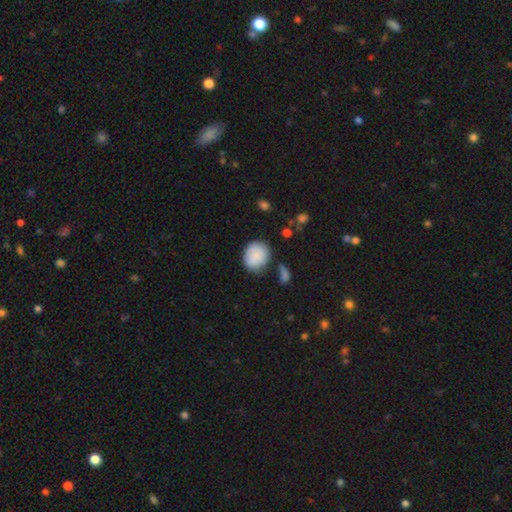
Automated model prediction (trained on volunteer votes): Smooth or featured? Predicted: smooth (p=0.87). How rounded? Predicted: round (p=0.65). Merging? Predicted: none (p=0.65).